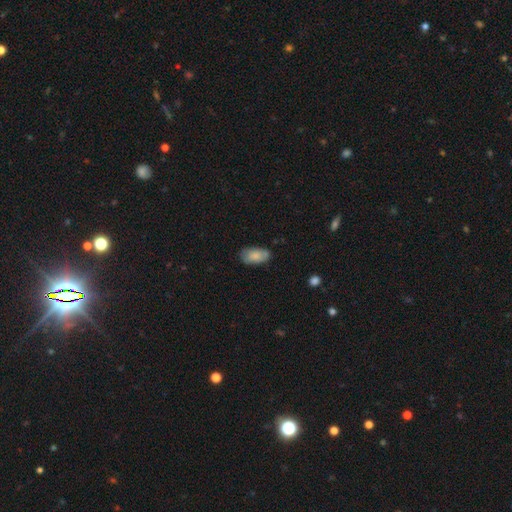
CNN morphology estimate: Smooth or featured? Predicted: smooth (p=0.81). How rounded? Predicted: in between (p=0.93). Merging? Predicted: none (p=0.73).